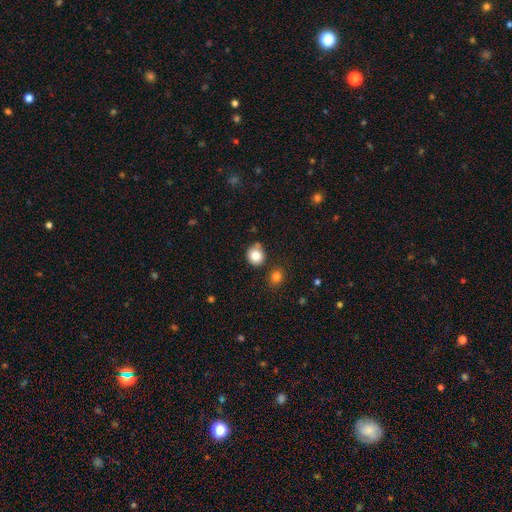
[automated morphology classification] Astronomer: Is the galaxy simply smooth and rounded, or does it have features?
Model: smooth — 83%.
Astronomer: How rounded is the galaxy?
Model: round — 81%.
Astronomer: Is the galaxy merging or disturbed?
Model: none — 70%.